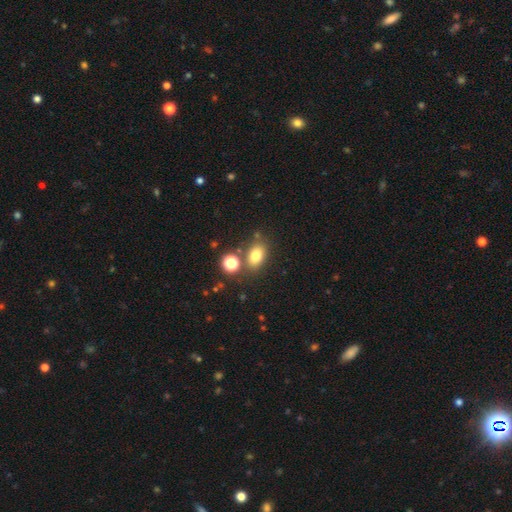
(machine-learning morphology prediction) smooth_or_featured: smooth (p=0.78) [alt: star or artifact p=0.13]
how_rounded: in between (p=0.78) [alt: round p=0.20]
merging: none (p=0.71) [alt: minor disturbance p=0.12]